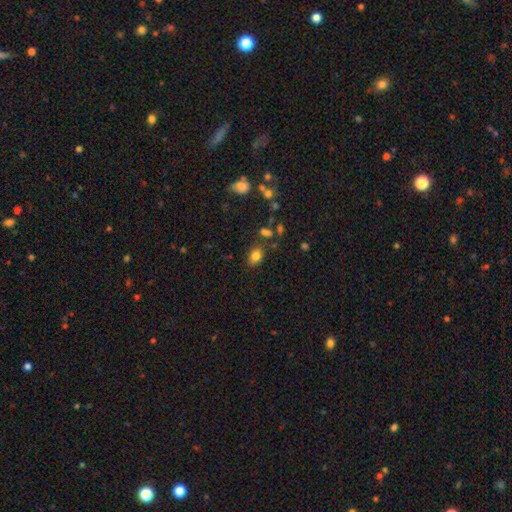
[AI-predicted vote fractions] A smooth galaxy with no disk features (81%) that is in between round and cigar-shaped (78%). Merging: none (79%).